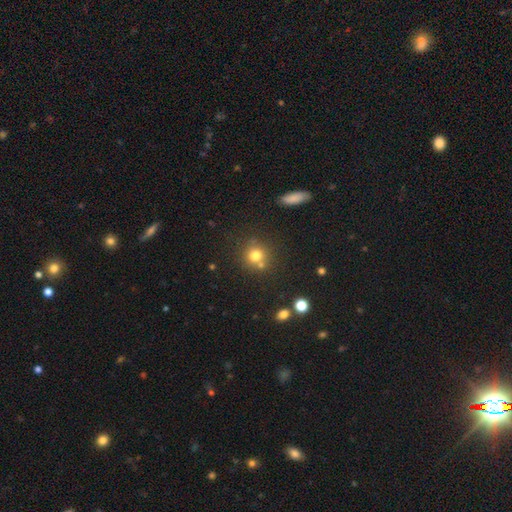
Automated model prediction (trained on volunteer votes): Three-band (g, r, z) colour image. It shows a smooth galaxy with no disk features (75%) that is round (88%). Merging: none (66%).